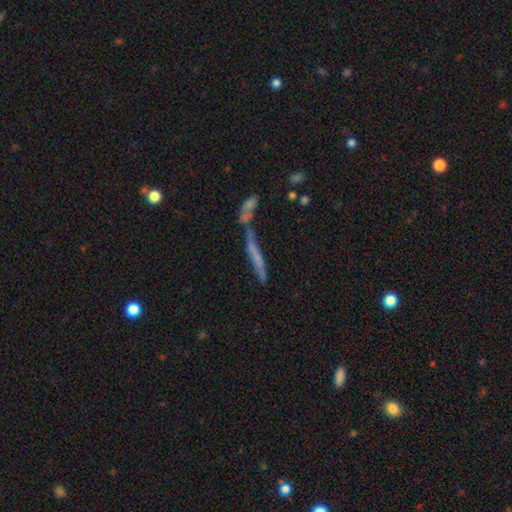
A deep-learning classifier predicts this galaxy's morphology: Smooth or featured?
  - smooth: 44% *
  - featured or disk: 43%
  - star or artifact: 13%
Merging?
  - merger: 44% *
  - none: 34%
  - minor disturbance: 12%
  - major disturbance: 10%